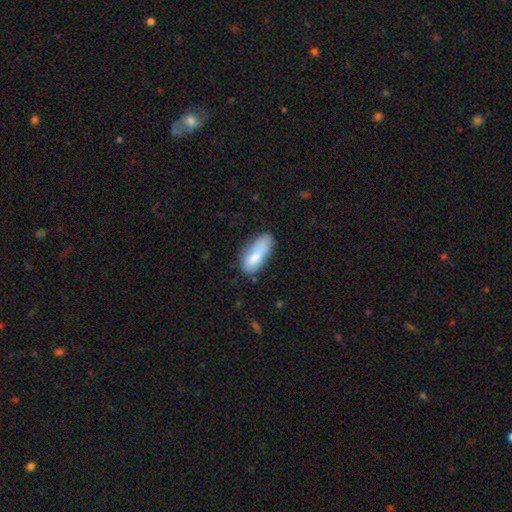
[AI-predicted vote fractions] Smooth or featured?
  - smooth: 81% *
  - featured or disk: 12%
  - star or artifact: 7%
How rounded?
  - in between: 74% *
  - cigar-shaped: 24%
  - round: 2%
Merging?
  - none: 54% *
  - minor disturbance: 31%
  - major disturbance: 9%
  - merger: 6%